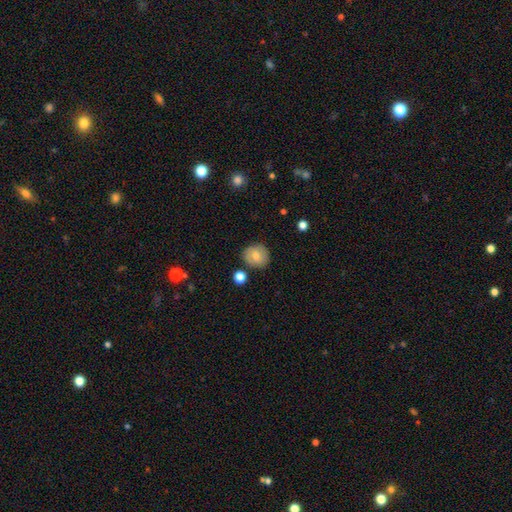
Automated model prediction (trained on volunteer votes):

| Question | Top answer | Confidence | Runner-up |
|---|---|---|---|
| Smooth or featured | smooth | 77% | featured or disk (15%) |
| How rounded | round | 79% | in between (20%) |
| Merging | none | 82% | minor disturbance (12%) |